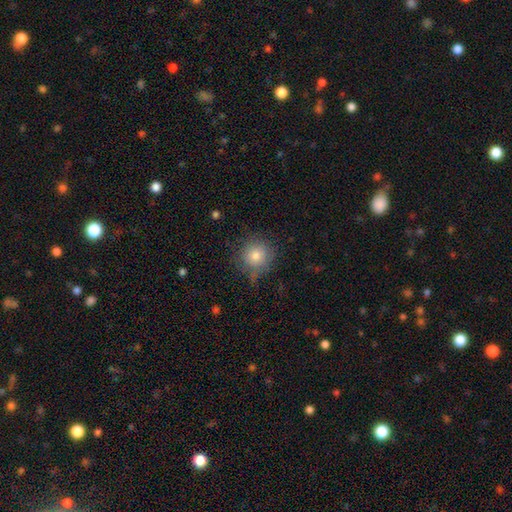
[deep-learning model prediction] smooth_or_featured: smooth (p=0.77) [alt: star or artifact p=0.12]
how_rounded: round (p=0.93) [alt: in between p=0.06]
merging: none (p=0.76) [alt: minor disturbance p=0.17]